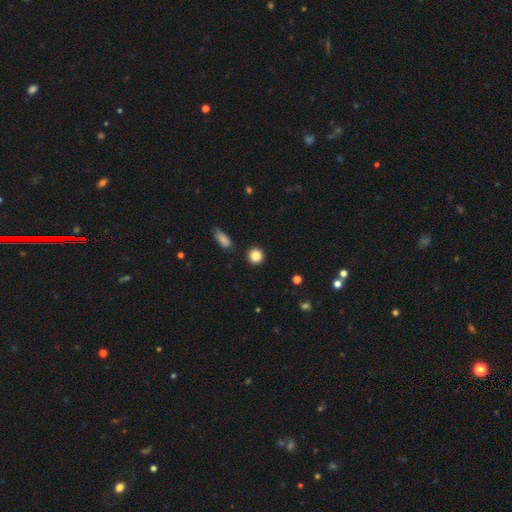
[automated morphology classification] Q: Smooth or featured?
A: smooth (86%); runner-up: star or artifact (10%)
Q: How rounded?
A: round (91%); runner-up: in between (7%)
Q: Merging?
A: none (90%); runner-up: minor disturbance (6%)